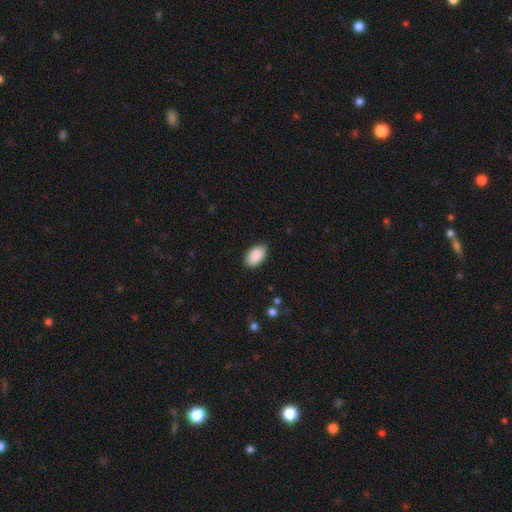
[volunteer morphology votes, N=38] Smooth or featured? 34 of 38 (89%) said smooth. How rounded? 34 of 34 (100%) said in between. Merging? 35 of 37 (95%) said none.